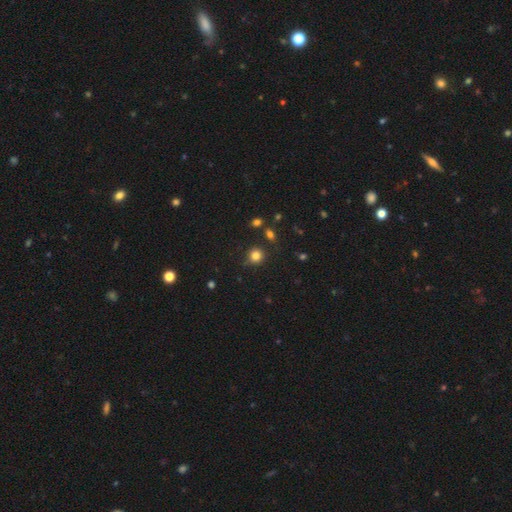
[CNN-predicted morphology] Smooth or featured? smooth (82%)
How rounded? round (90%)
Merging? none (82%)